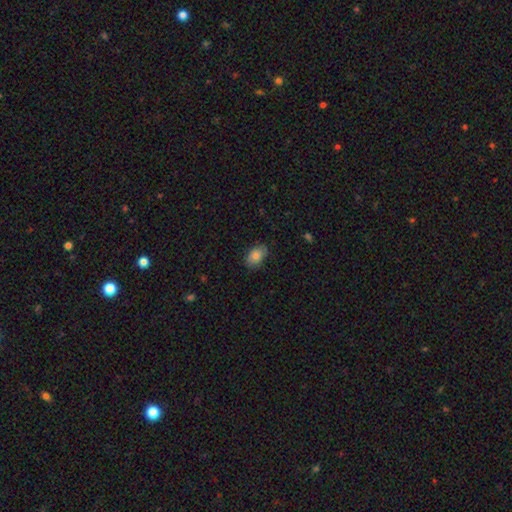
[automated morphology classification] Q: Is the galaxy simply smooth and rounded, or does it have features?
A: smooth — 82%.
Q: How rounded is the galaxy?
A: in between — 88%.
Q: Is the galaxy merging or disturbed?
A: none — 82%.